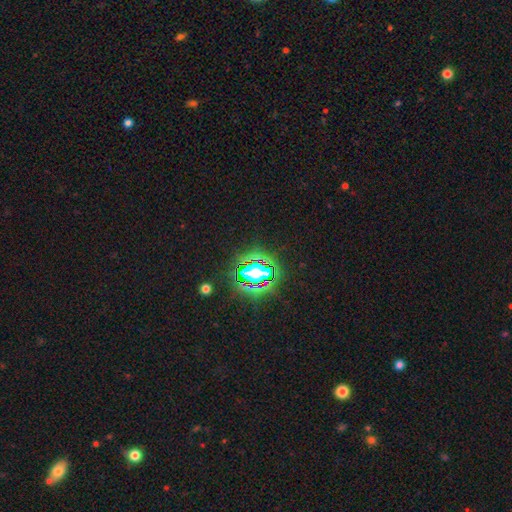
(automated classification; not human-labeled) Morphology: type=star or artifact (75%).